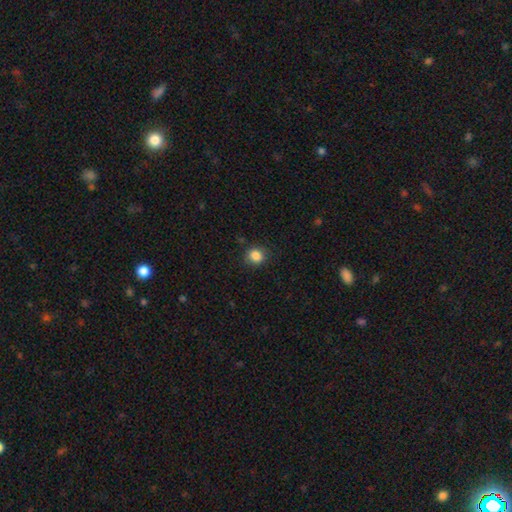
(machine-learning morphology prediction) smooth 85%, star or artifact 10%, featured or disk 4%. Down the decision tree: how rounded — round (75%); merging — none (85%).